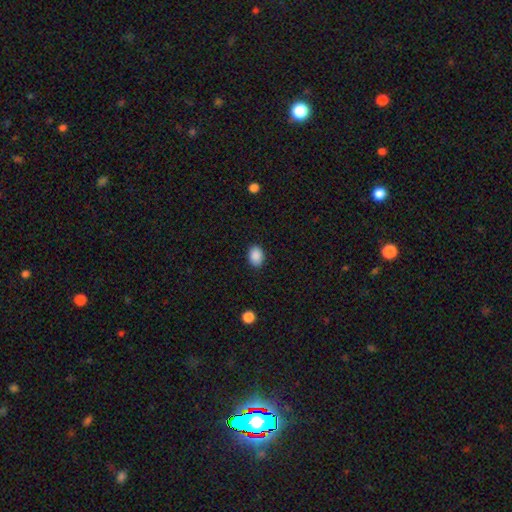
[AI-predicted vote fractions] Overall: smooth (89%). How rounded: in between (71%). Merging: none (87%).